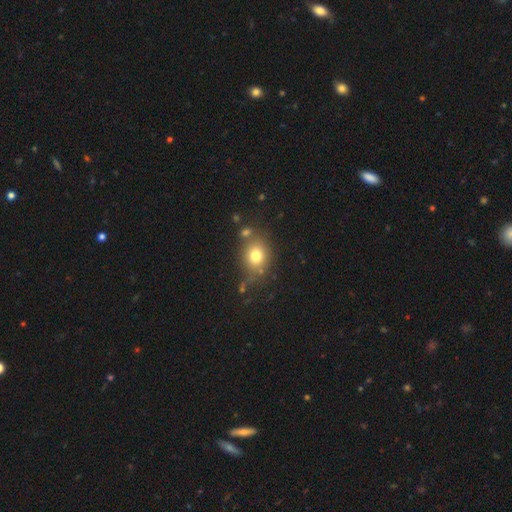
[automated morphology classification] A smooth galaxy with no disk features (76%) that is round (64%). Merging: none (68%).